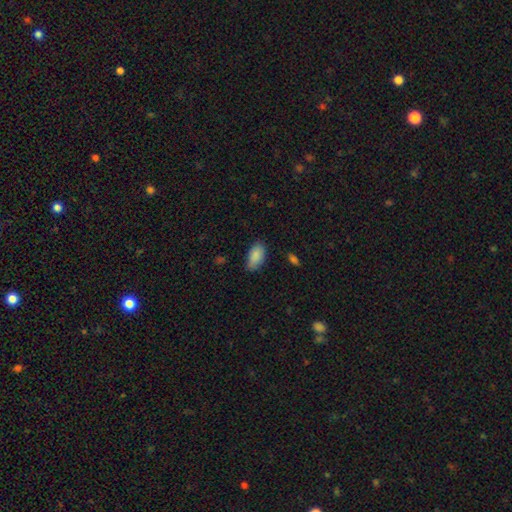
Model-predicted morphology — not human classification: type=smooth (87%); roundness=in between (93%); merging=none (72%).